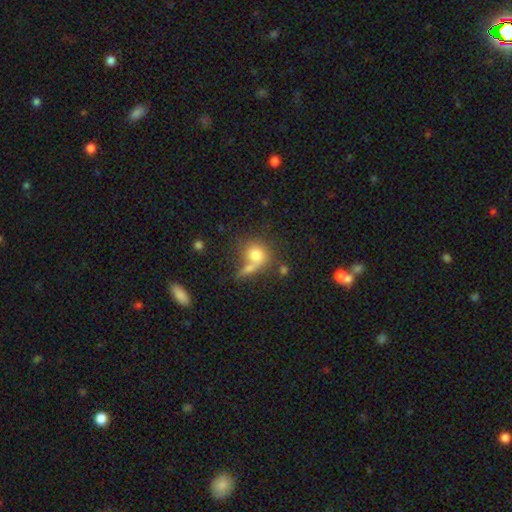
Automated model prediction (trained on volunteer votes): Smooth or featured? Predicted: smooth (p=0.77). How rounded? Predicted: round (p=0.76). Merging? Predicted: none (p=0.41).